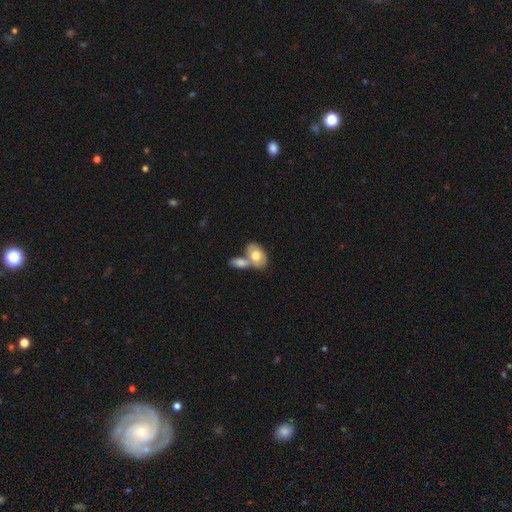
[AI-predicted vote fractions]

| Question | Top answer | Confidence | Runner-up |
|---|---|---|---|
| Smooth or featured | smooth | 67% | featured or disk (27%) |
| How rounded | in between | 88% | round (10%) |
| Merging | merger | 54% | none (32%) |